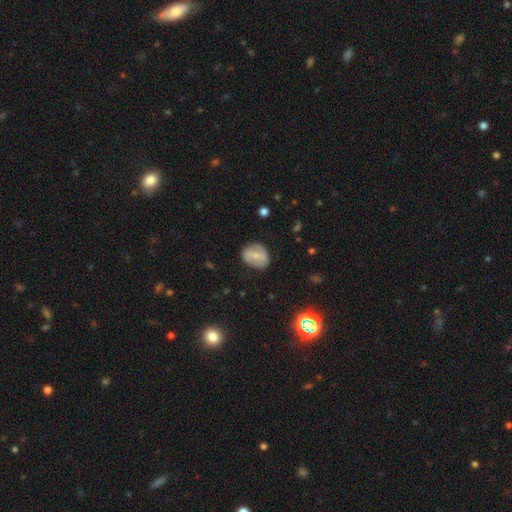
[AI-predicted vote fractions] Smooth or featured?
  - smooth: 49% *
  - featured or disk: 43%
  - star or artifact: 8%
Merging?
  - none: 78% *
  - minor disturbance: 16%
  - major disturbance: 5%
  - merger: 1%